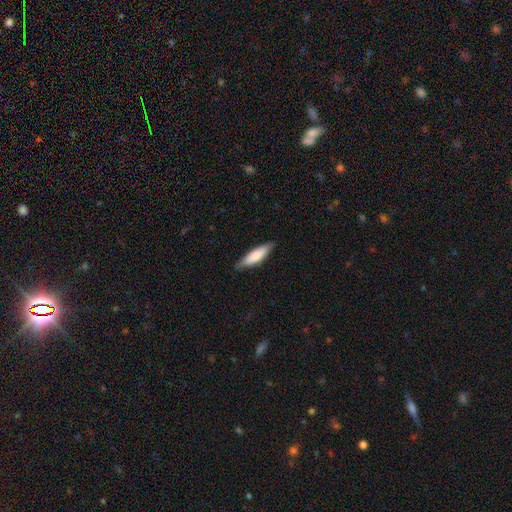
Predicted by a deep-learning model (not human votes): This is likely a smooth galaxy (76%). How rounded: likely cigar-shaped (62%). Merging: clearly none (80%).